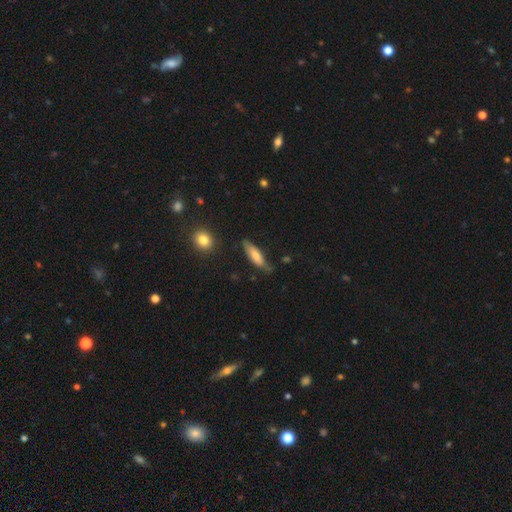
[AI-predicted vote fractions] Q: Smooth or featured?
A: smooth (73%); runner-up: featured or disk (20%)
Q: How rounded?
A: cigar-shaped (56%); runner-up: in between (42%)
Q: Merging?
A: none (68%); runner-up: minor disturbance (24%)